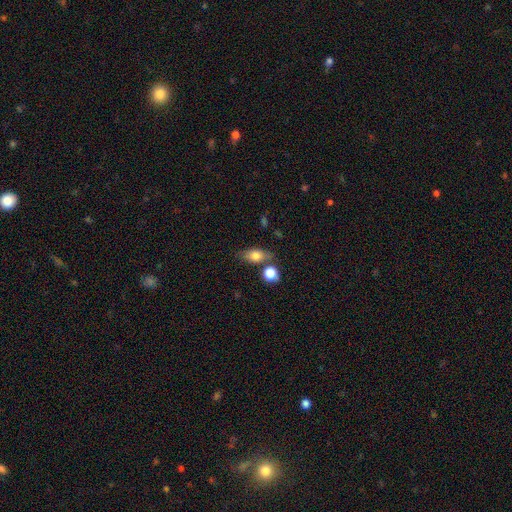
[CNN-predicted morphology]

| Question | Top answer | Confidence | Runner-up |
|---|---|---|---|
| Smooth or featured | smooth | 73% | featured or disk (18%) |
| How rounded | in between | 74% | round (17%) |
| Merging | none | 64% | minor disturbance (16%) |